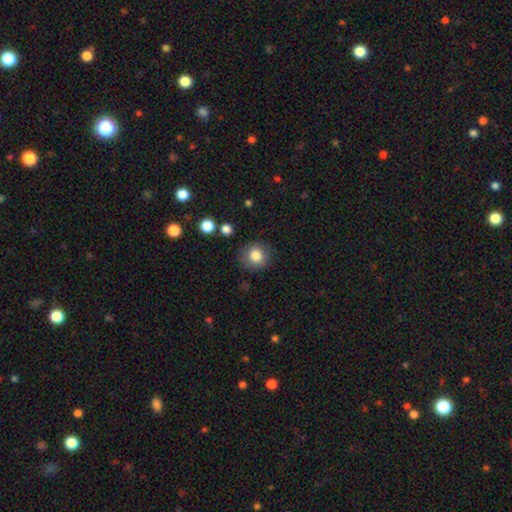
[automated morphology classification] A smooth galaxy with no disk features (83%) that is round (86%). Merging: none (82%).